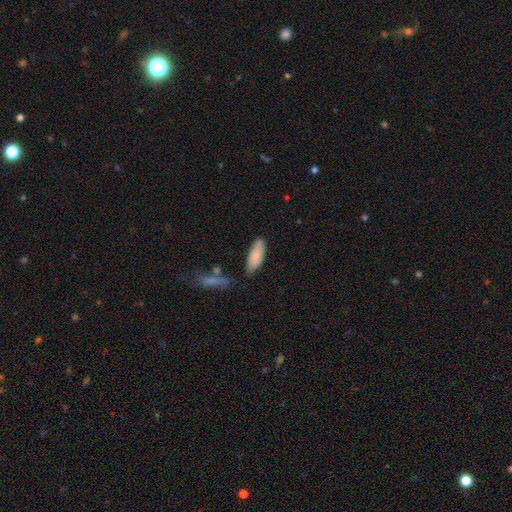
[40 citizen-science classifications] Morphology: type=smooth (75%); roundness=in between (80%); merging=none (58%).